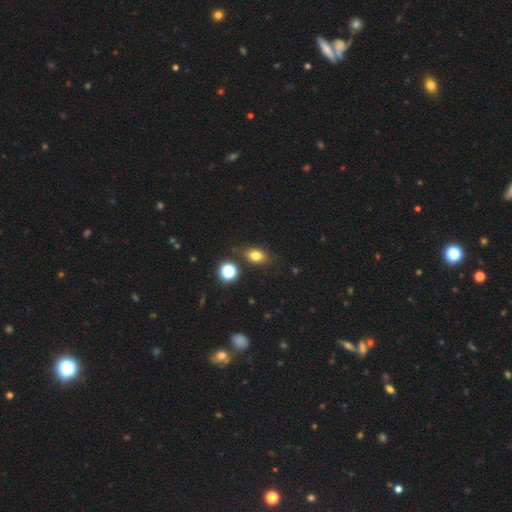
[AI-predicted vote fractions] A smooth galaxy with no disk features (77%) that is in between round and cigar-shaped (75%).

Vote fractions:
- Smooth or featured? smooth: 77% / star or artifact: 14% / featured or disk: 10%
- How rounded? in between: 75% / round: 23% / cigar-shaped: 2%
- Merging? none: 79% / minor disturbance: 12% / merger: 5% / major disturbance: 3%